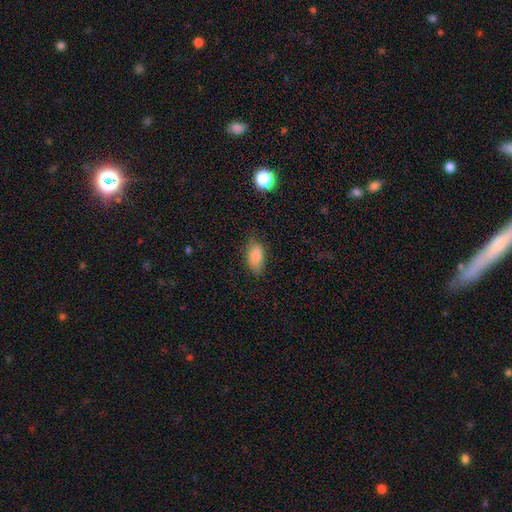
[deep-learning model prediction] smooth_or_featured: smooth (p=0.85) [alt: star or artifact p=0.08]
how_rounded: in between (p=0.91) [alt: cigar-shaped p=0.05]
merging: none (p=0.77) [alt: minor disturbance p=0.18]